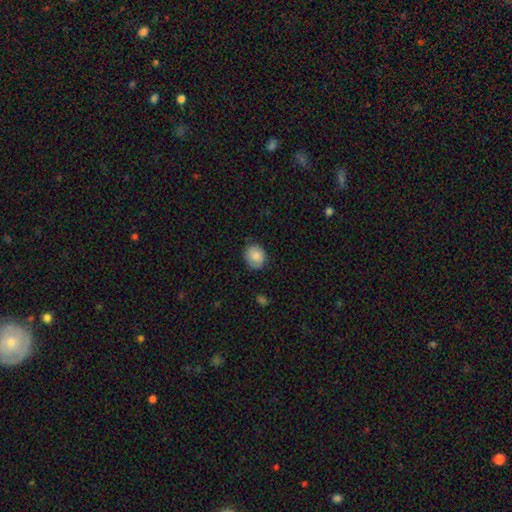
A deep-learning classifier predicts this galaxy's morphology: This is clearly a smooth galaxy (86%). How rounded: likely round (69%). Merging: likely none (79%).